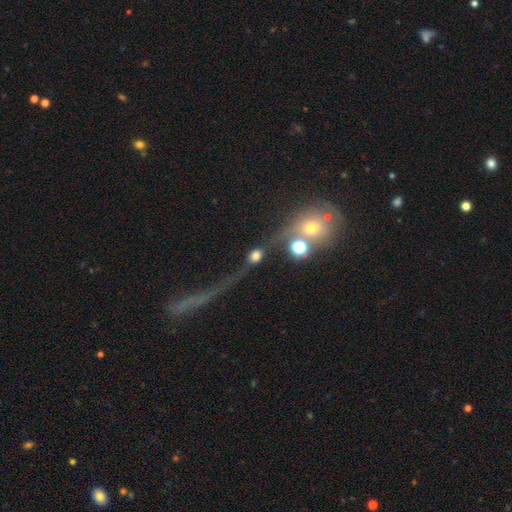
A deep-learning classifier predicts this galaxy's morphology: Smooth or featured? Predicted: smooth (p=0.62). How rounded? Predicted: round (p=0.48). Merging? Predicted: none (p=0.37).